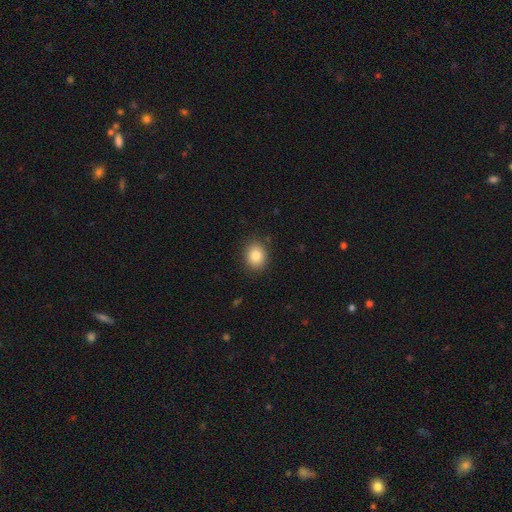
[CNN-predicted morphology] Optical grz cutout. It shows a smooth galaxy with no disk features (84%) that is round (55%). Merging: none (87%).